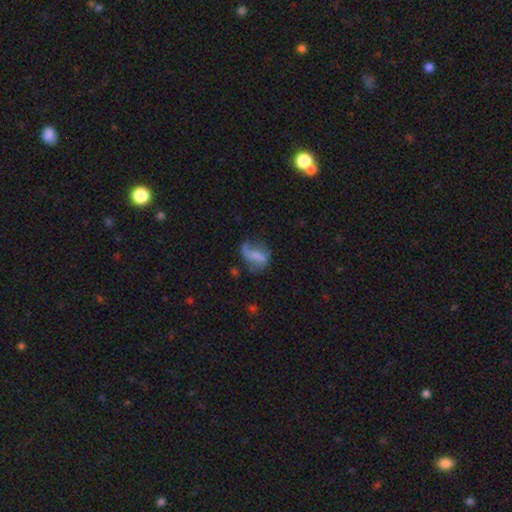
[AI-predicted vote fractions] Overall: featured or disk (46%; smooth 43%). Merging: none (36%; major disturbance 32%).